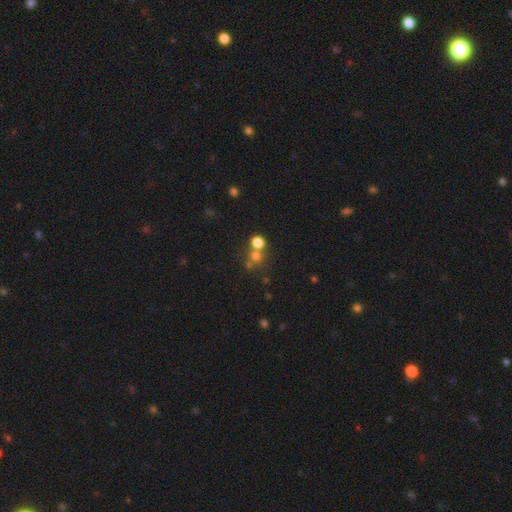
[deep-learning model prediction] This appears to be a smooth galaxy with no disk features (66%) that is round (87%). Merging: none (53%).